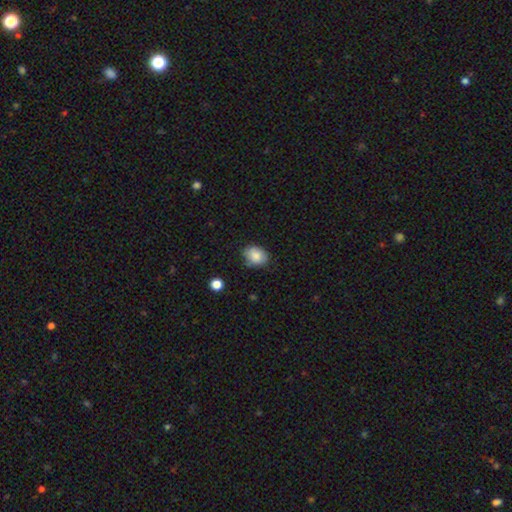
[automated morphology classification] smooth_or_featured: smooth (p=0.84) [alt: star or artifact p=0.08]
how_rounded: in between (p=0.61) [alt: round p=0.39]
merging: none (p=0.71) [alt: minor disturbance p=0.23]